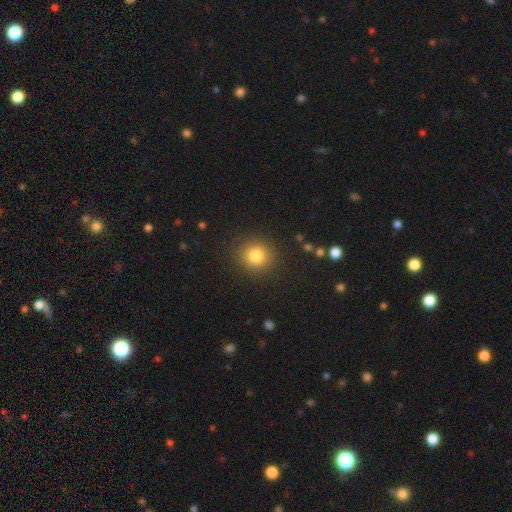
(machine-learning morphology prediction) type=smooth (83%); roundness=round (87%); merging=none (89%).